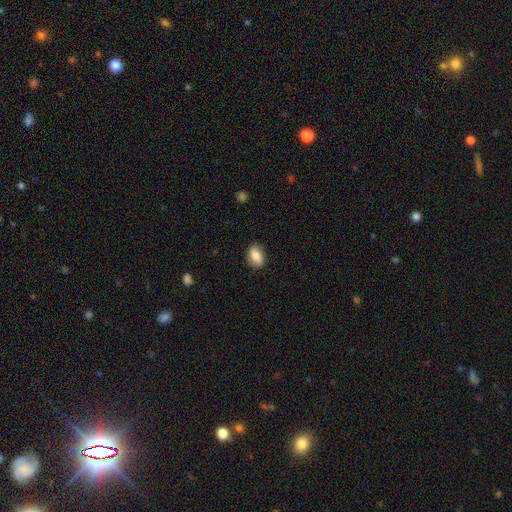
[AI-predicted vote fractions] The model was most divided on "merging": none: 86%, minor disturbance: 11%, major disturbance: 2%, merger: 1%. More confident: how rounded — in between (86%); smooth or featured — smooth (85%).